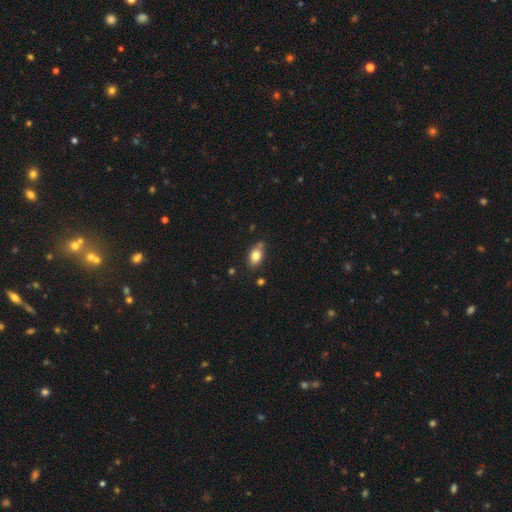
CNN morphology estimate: Smooth or featured: smooth — 80% (featured or disk — 12%)
How rounded: in between — 87% (round — 10%)
Merging: none — 73% (minor disturbance — 19%)